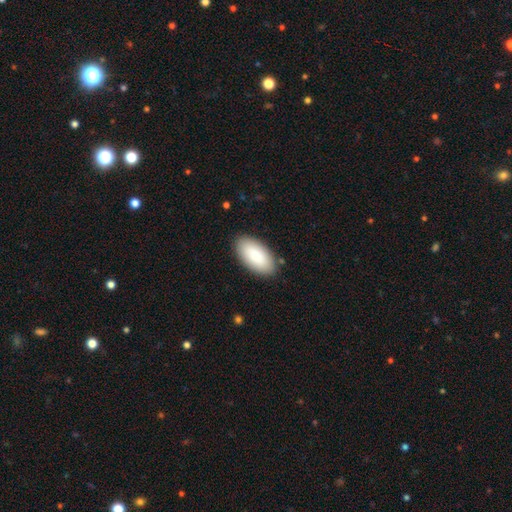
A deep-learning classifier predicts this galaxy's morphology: smooth_or_featured: smooth (p=0.88) [alt: featured or disk p=0.06]
how_rounded: in between (p=0.95) [alt: cigar-shaped p=0.03]
merging: none (p=0.87) [alt: minor disturbance p=0.10]